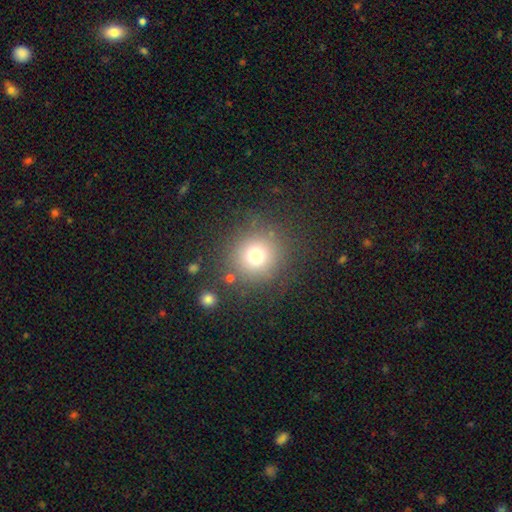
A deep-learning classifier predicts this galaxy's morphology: type=smooth (73%); roundness=round (93%); merging=none (83%).